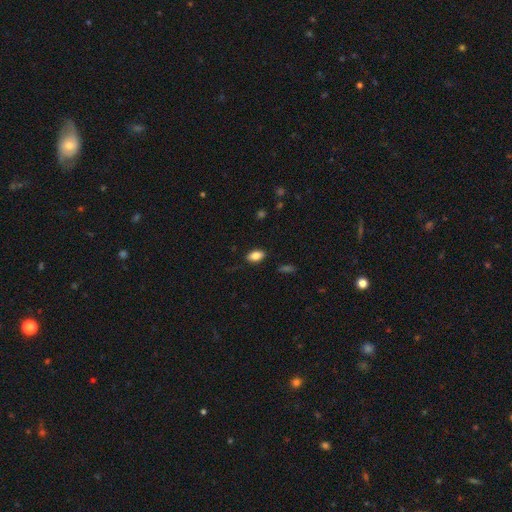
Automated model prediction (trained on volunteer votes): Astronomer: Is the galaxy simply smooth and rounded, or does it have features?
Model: smooth — 84%.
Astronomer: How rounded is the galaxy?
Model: in between — 91%.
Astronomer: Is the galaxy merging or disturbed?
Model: none — 84%.